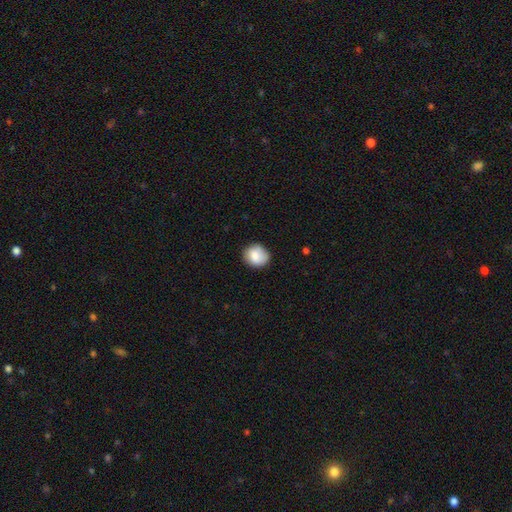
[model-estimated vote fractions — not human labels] This appears to be a smooth galaxy with no disk features (82%) that is round (76%). Merging: none (74%).